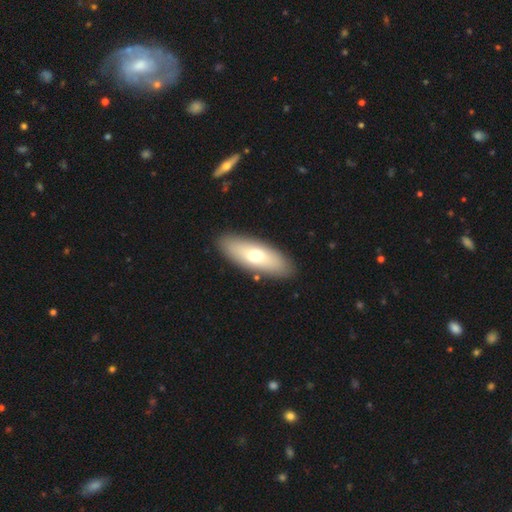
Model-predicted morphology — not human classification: Overall: smooth (64%; featured or disk 29%). How rounded: in between (70%). Merging: none (89%).